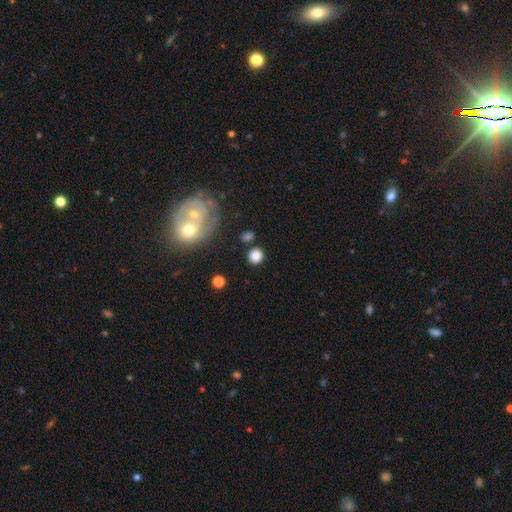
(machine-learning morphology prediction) Smooth or featured? Predicted: smooth (p=0.82). How rounded? Predicted: round (p=0.87). Merging? Predicted: none (p=0.79).